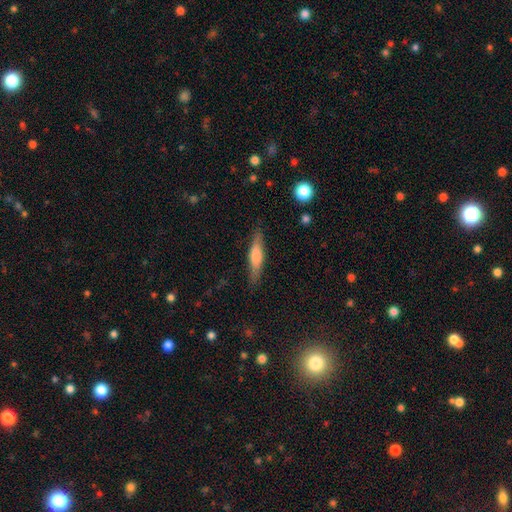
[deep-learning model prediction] This appears to be a smooth galaxy with no disk features (59%) that is cigar-shaped (80%). Merging: none (84%).